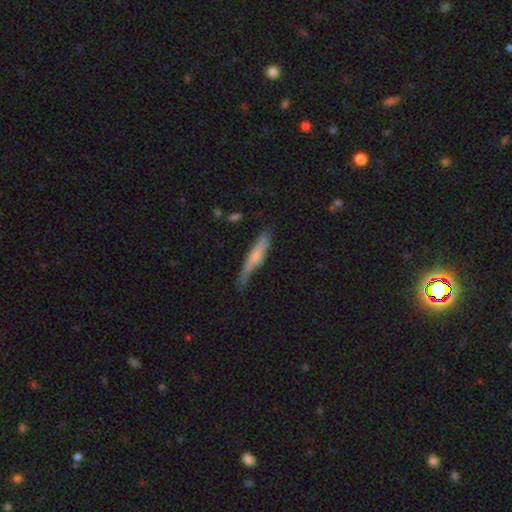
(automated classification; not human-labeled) This is possibly a smooth galaxy (54%). How rounded: clearly cigar-shaped (88%). Merging: possibly none (57%).